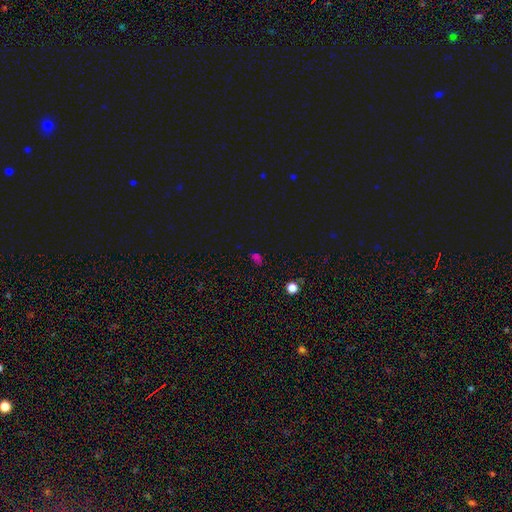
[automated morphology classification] Smooth or featured: star or artifact — 49% (smooth — 44%)